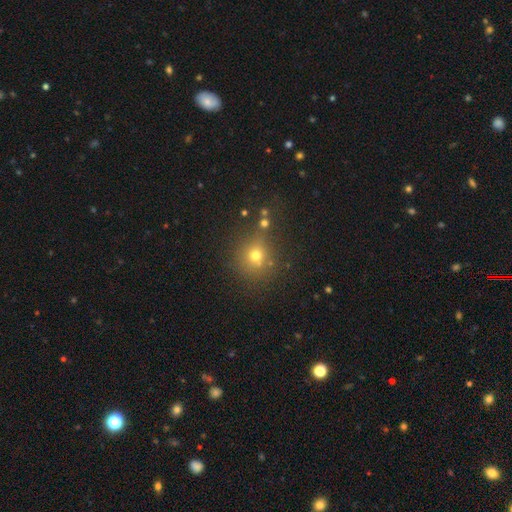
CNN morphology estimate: Smooth or featured? smooth (67%)
How rounded? round (85%)
Merging? none (71%)